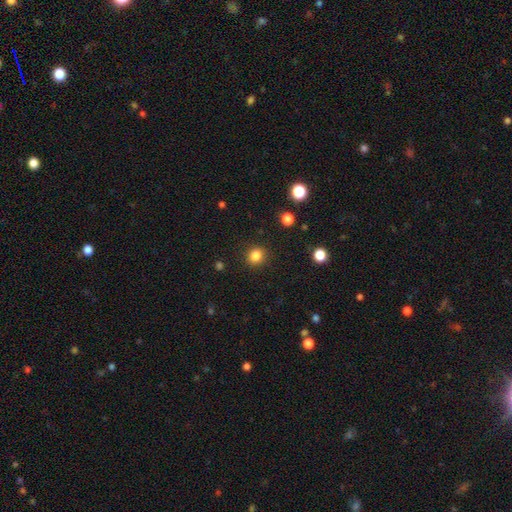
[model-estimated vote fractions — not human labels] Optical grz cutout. It shows a smooth galaxy with no disk features (84%) that is round (84%). Merging: none (90%).